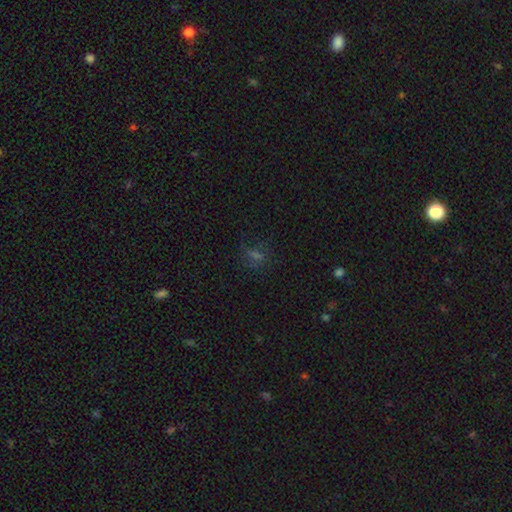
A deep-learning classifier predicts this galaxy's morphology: Smooth or featured? smooth (42%, tied with star or artifact)
Merging? none (75%)